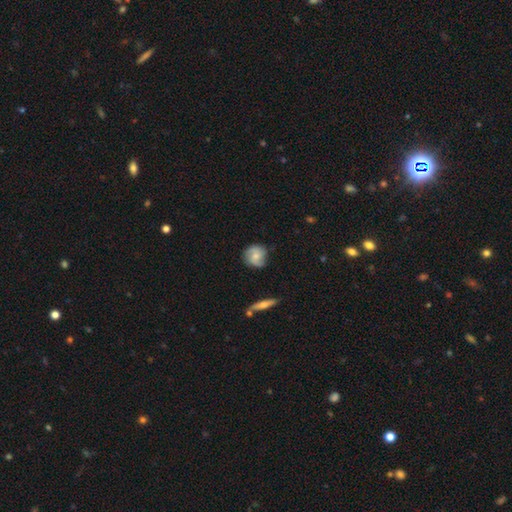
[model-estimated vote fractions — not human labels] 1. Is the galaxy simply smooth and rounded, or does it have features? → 50% featured or disk, 43% smooth, 7% star or artifact.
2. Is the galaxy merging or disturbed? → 74% none, 20% minor disturbance, 4% major disturbance, 2% merger.